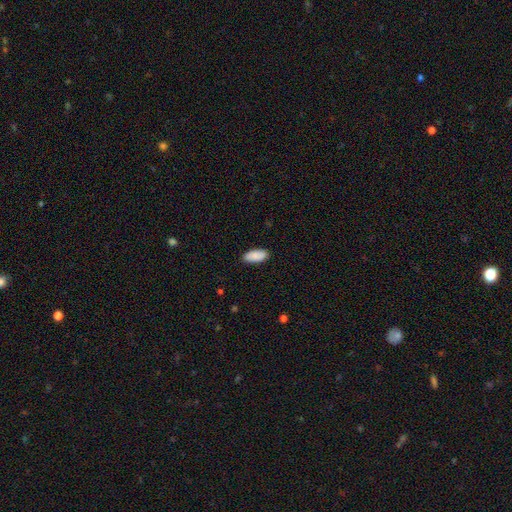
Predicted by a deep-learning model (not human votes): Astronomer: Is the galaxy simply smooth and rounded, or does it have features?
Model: smooth — 88%.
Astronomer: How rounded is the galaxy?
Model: in between — 90%.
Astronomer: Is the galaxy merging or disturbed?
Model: none — 88%.